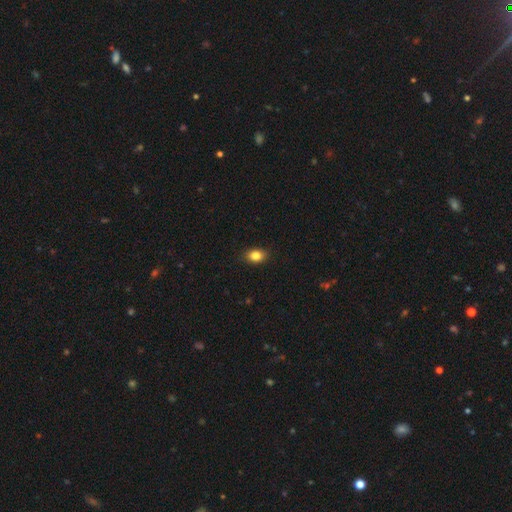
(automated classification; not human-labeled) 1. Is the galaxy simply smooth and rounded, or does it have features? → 85% smooth, 9% star or artifact, 6% featured or disk.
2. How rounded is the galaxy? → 73% in between, 26% round, 1% cigar-shaped.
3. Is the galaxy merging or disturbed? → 88% none, 9% minor disturbance, 2% major disturbance, 1% merger.